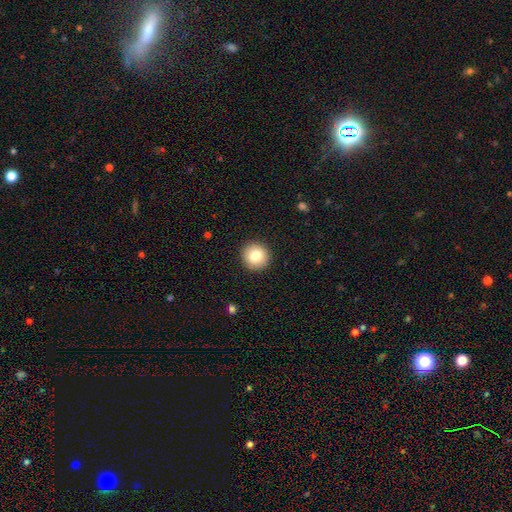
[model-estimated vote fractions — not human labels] A smooth galaxy with no disk features (81%) that is round (95%).

Vote fractions:
- Smooth or featured? smooth: 81% / featured or disk: 10% / star or artifact: 9%
- How rounded? round: 95% / in between: 4% / cigar-shaped: 1%
- Merging? none: 93% / minor disturbance: 5% / major disturbance: 2% / merger: 1%